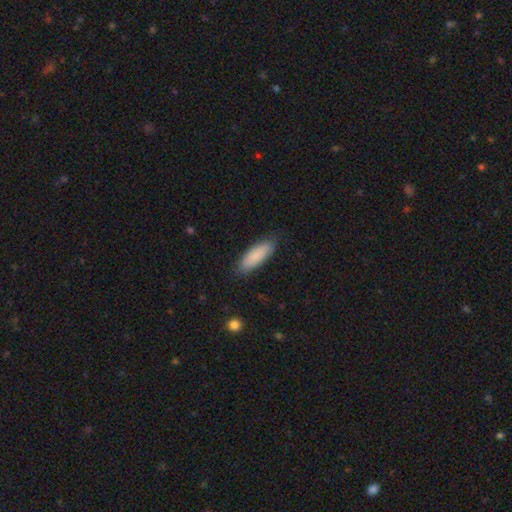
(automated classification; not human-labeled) Morphology: type=smooth (87%); roundness=in between (54%); merging=none (85%).